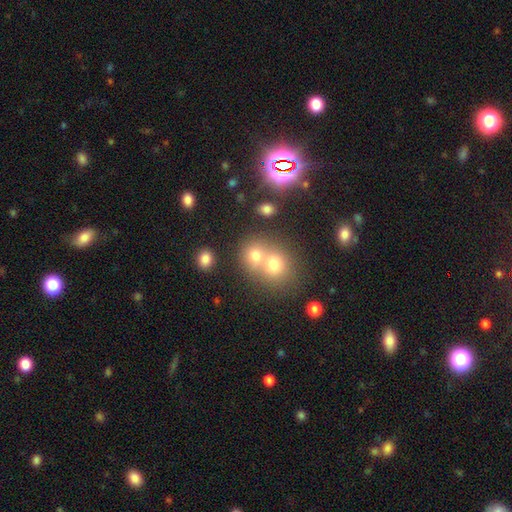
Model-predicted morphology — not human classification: smooth-or-featured: smooth: 72% | star or artifact: 15% | featured or disk: 13%
  how-rounded: round: 76% | in between: 23% | cigar-shaped: 1%
  merging: merger: 54% | none: 36% | minor disturbance: 6% | major disturbance: 3%